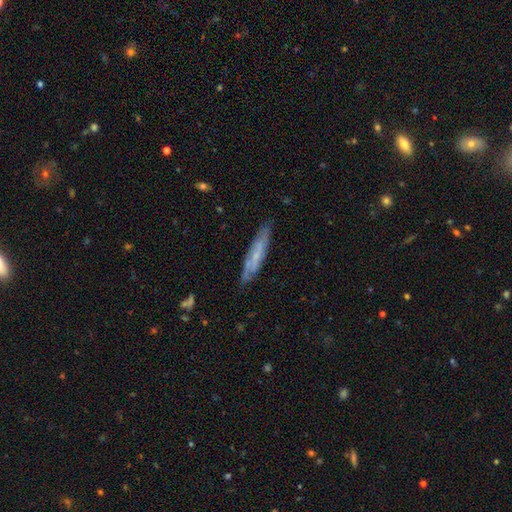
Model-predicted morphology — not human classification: A featured or disk galaxy (53%) viewed edge-on (60%).

Vote fractions:
- Smooth or featured? featured or disk: 53% / smooth: 40% / star or artifact: 7%
- Edge-on disk? yes: 60% / no: 40%
- Merging? none: 78% / minor disturbance: 17% / major disturbance: 4% / merger: 2%